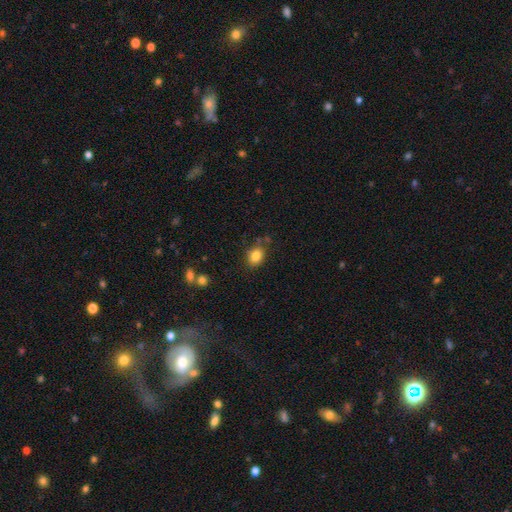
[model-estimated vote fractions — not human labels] The model was most divided on "how rounded": in between: 50%, round: 49%, cigar-shaped: 1%. More confident: smooth or featured — smooth (83%); merging — none (76%).